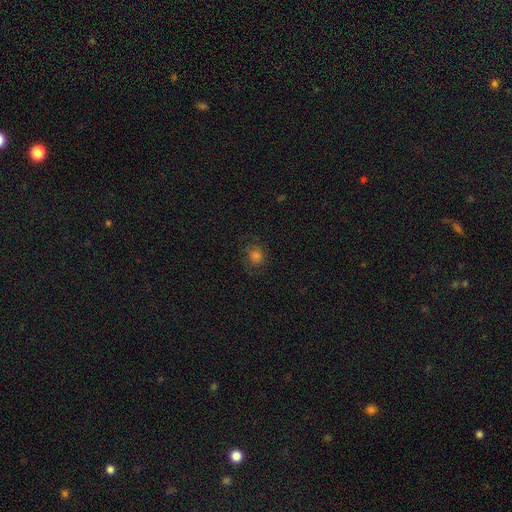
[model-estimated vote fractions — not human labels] This appears to be a smooth galaxy with no disk features (71%) that is round (82%). Merging: none (77%).